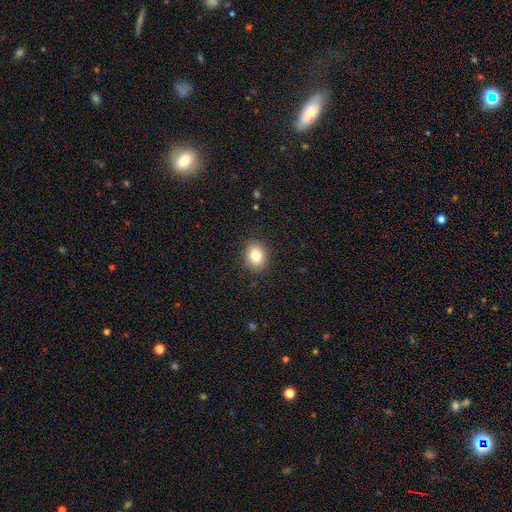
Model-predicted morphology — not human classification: Overall: smooth (82%). How rounded: round (52%; in between 47%). Merging: none (88%).